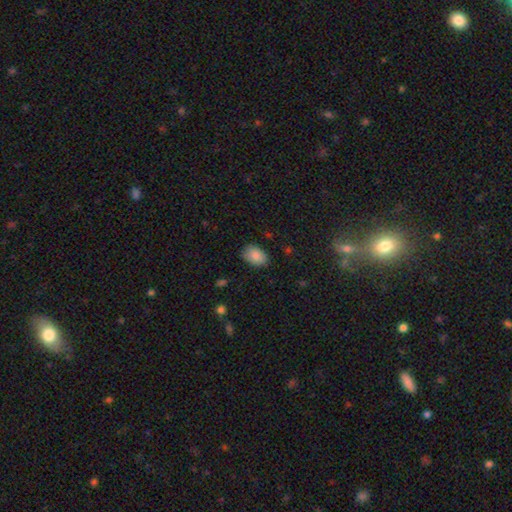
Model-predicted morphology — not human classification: This is clearly a smooth galaxy (87%). How rounded: clearly in between (84%). Merging: likely none (80%).